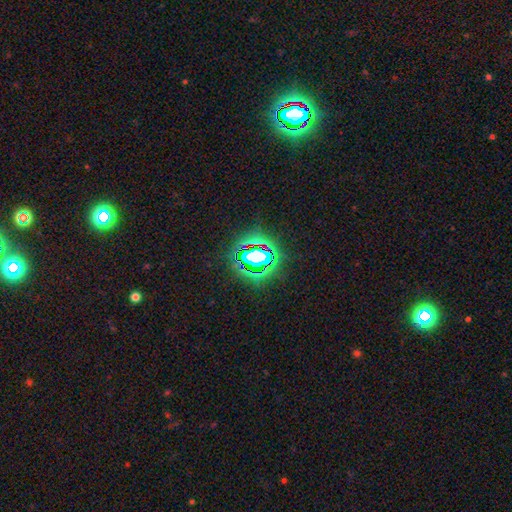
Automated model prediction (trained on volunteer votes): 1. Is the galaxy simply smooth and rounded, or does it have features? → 68% star or artifact, 20% smooth, 12% featured or disk.